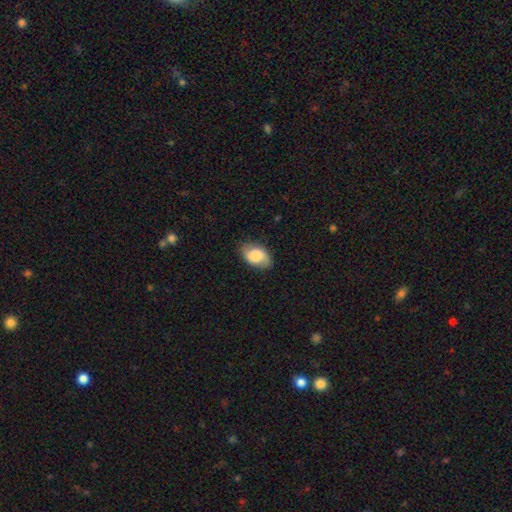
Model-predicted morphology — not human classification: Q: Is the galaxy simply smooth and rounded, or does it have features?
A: smooth — 71%.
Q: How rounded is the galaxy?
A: in between — 88%.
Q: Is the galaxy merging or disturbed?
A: none — 77%.